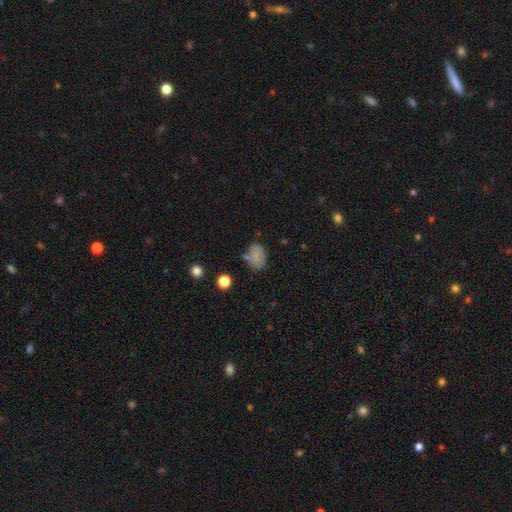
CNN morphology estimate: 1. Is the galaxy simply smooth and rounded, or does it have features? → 75% smooth, 13% star or artifact, 13% featured or disk.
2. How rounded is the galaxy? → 76% in between, 23% round, 1% cigar-shaped.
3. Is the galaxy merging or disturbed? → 47% none, 28% minor disturbance, 13% major disturbance, 11% merger.